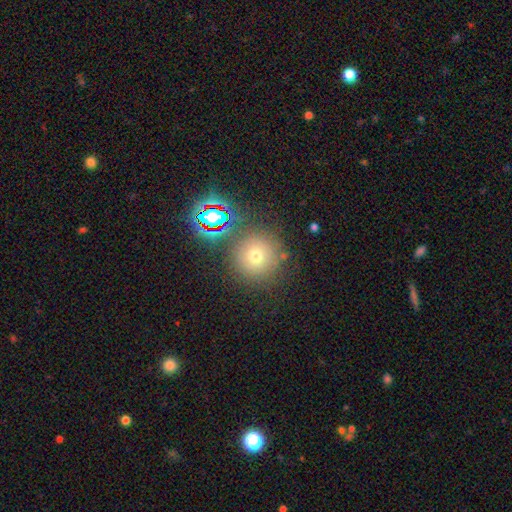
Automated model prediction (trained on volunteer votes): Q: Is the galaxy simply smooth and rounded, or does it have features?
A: smooth — 67%.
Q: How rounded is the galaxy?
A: round — 95%.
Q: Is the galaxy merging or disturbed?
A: none — 81%.